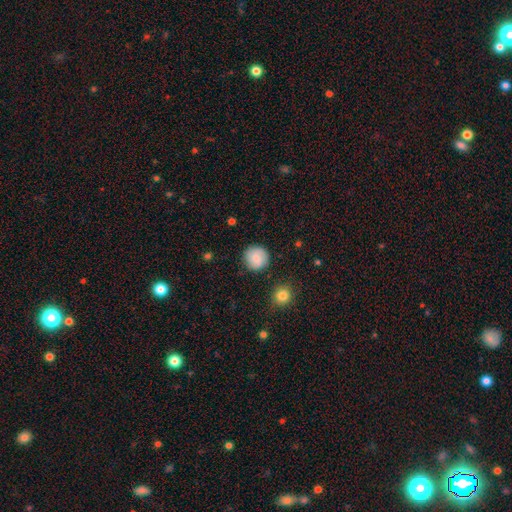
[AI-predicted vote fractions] This appears to be a smooth galaxy with no disk features (81%) that is round (94%). Merging: none (86%).